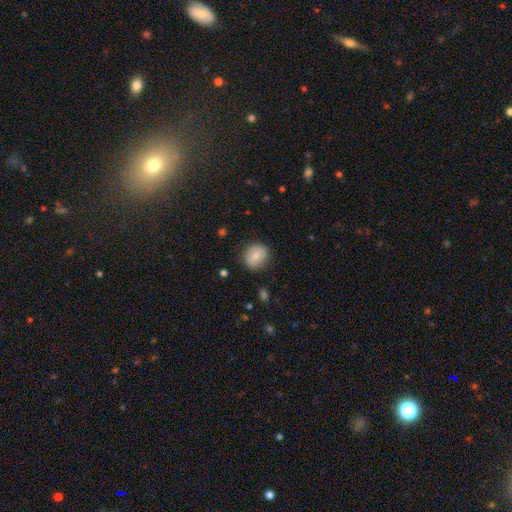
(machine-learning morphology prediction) This appears to be a smooth galaxy with no disk features (75%) that is round (78%). Merging: none (84%).